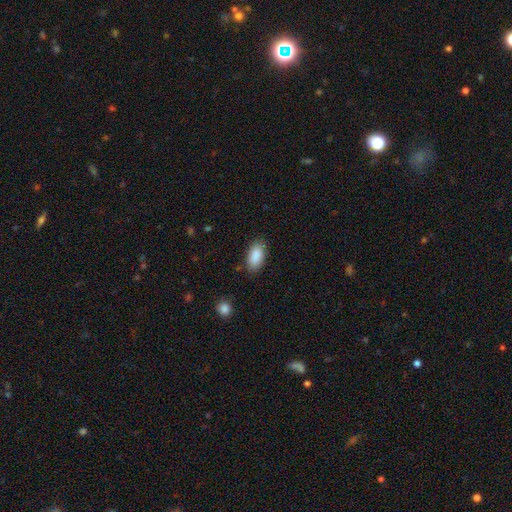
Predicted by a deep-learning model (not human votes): Morphology: type=smooth (90%); roundness=in between (92%); merging=none (85%).